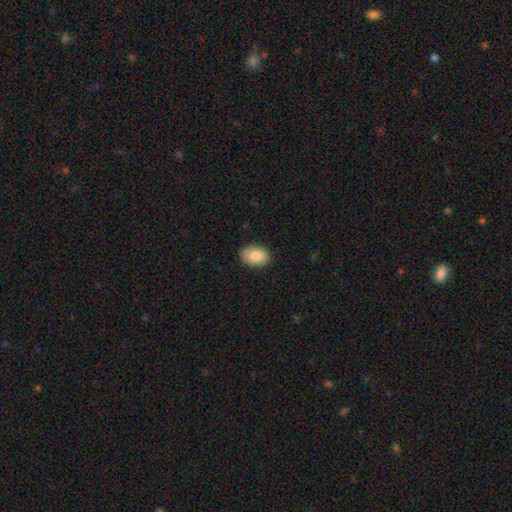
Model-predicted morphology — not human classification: Q: Smooth or featured?
A: smooth (85%); runner-up: featured or disk (8%)
Q: How rounded?
A: in between (87%); runner-up: round (12%)
Q: Merging?
A: none (87%); runner-up: minor disturbance (10%)